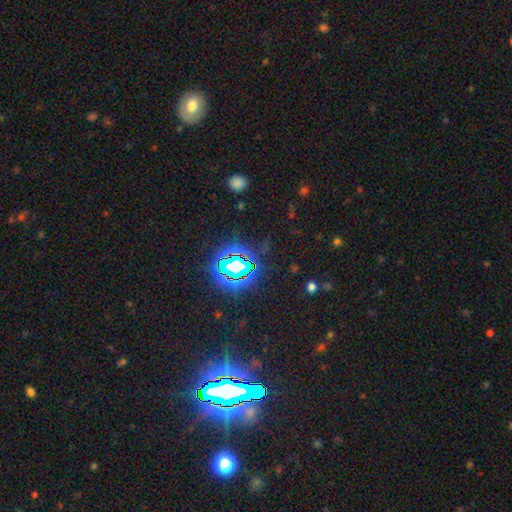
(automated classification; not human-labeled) A star or artifact, not a galaxy (83%).